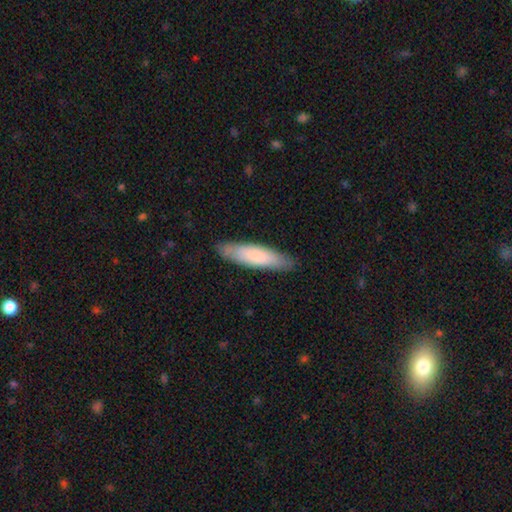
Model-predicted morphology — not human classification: A smooth galaxy with no disk features (78%) that is cigar-shaped (72%).

Vote fractions:
- Smooth or featured? smooth: 78% / featured or disk: 16% / star or artifact: 5%
- How rounded? cigar-shaped: 72% / in between: 27% / round: 1%
- Merging? none: 86% / minor disturbance: 11% / major disturbance: 2% / merger: 1%